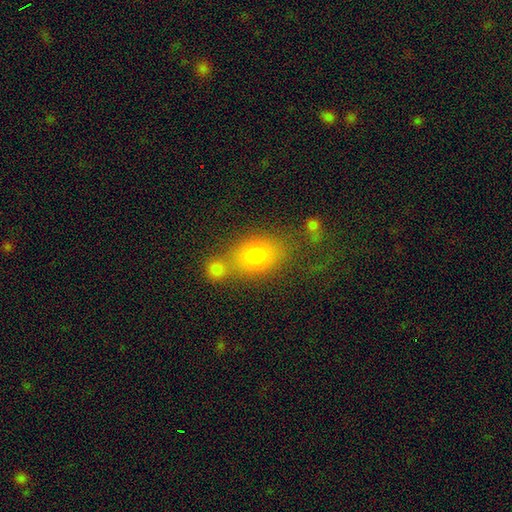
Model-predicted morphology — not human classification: Q: Smooth or featured?
A: smooth (75%); runner-up: star or artifact (13%)
Q: How rounded?
A: in between (60%); runner-up: round (38%)
Q: Merging?
A: none (47%); runner-up: merger (35%)